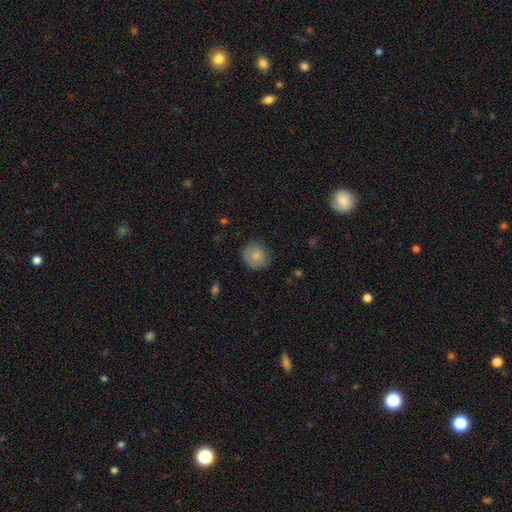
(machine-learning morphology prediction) This appears to be a smooth galaxy with no disk features (81%) that is round (88%). Merging: none (77%).